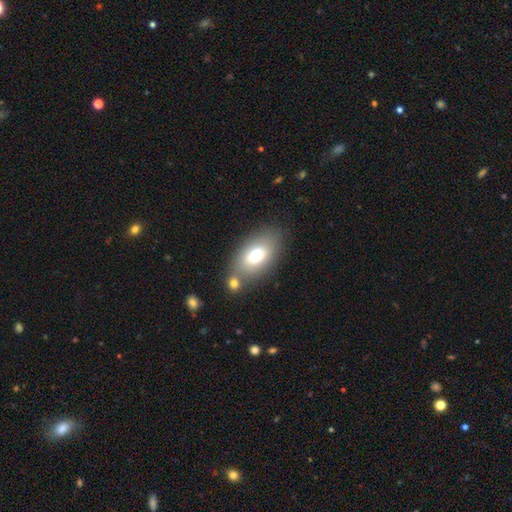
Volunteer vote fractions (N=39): Overall: smooth (72%). How rounded: in between (93%). Merging: none (61%; minor disturbance 25%).